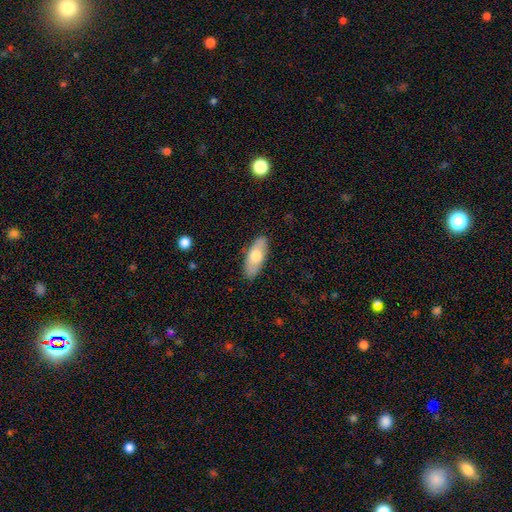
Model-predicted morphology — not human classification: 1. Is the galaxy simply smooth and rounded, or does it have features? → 67% smooth, 27% featured or disk, 6% star or artifact.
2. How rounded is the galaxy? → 81% in between, 16% cigar-shaped, 2% round.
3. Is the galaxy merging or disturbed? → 87% none, 10% minor disturbance, 2% major disturbance, 1% merger.